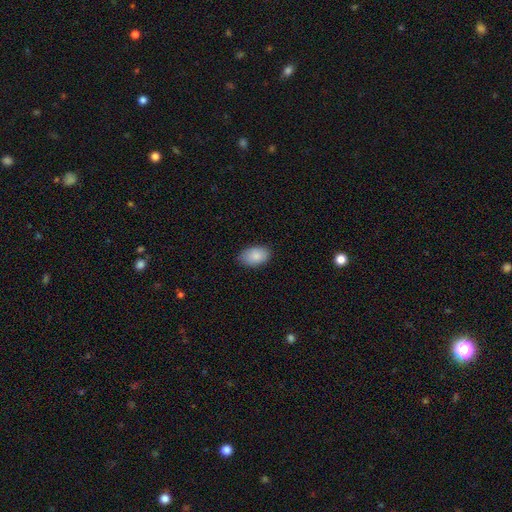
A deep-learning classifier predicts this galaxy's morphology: smooth-or-featured: smooth: 88% | star or artifact: 6% | featured or disk: 5%
  how-rounded: in between: 91% | round: 7% | cigar-shaped: 1%
  merging: none: 85% | minor disturbance: 12% | major disturbance: 2% | merger: 1%